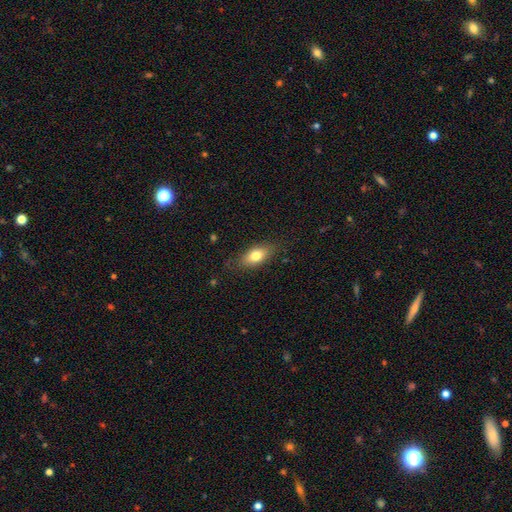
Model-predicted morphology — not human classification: Smooth or featured? smooth (76%)
How rounded? in between (82%)
Merging? none (81%)